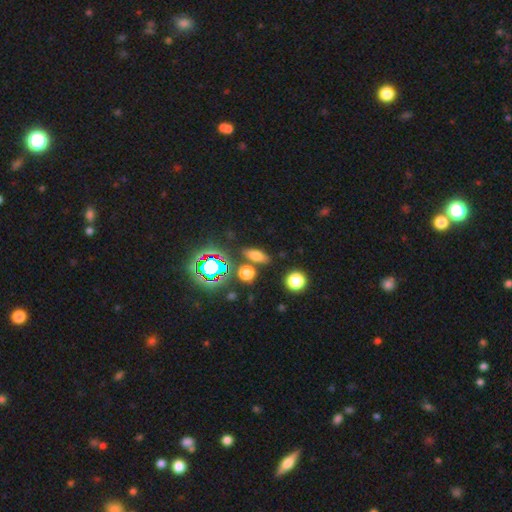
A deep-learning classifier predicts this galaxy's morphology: A smooth galaxy with no disk features (62%) that is in between round and cigar-shaped (62%).

Vote fractions:
- Smooth or featured? smooth: 62% / star or artifact: 23% / featured or disk: 15%
- How rounded? in between: 62% / cigar-shaped: 24% / round: 14%
- Merging? none: 81% / minor disturbance: 9% / merger: 7% / major disturbance: 3%